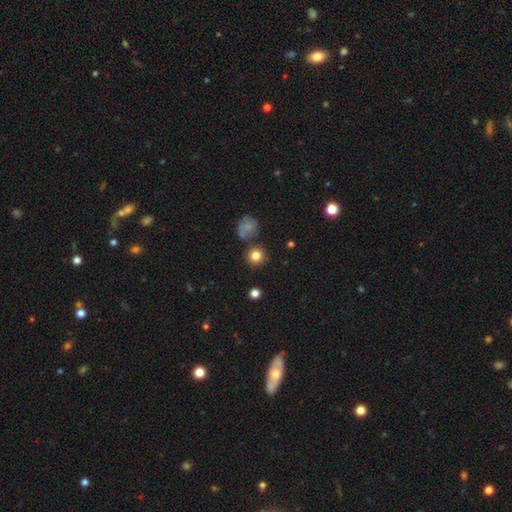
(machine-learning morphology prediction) Smooth or featured? smooth (81%)
How rounded? round (92%)
Merging? none (81%)